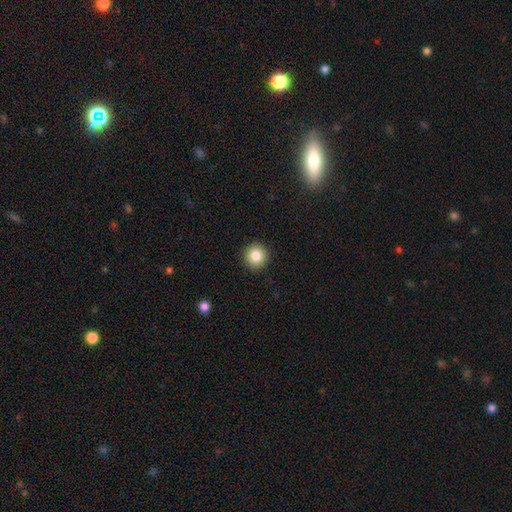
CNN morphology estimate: A smooth galaxy with no disk features (84%) that is round (93%).

Vote fractions:
- Smooth or featured? smooth: 84% / star or artifact: 10% / featured or disk: 6%
- How rounded? round: 93% / in between: 6% / cigar-shaped: 1%
- Merging? none: 92% / minor disturbance: 5% / major disturbance: 2% / merger: 1%